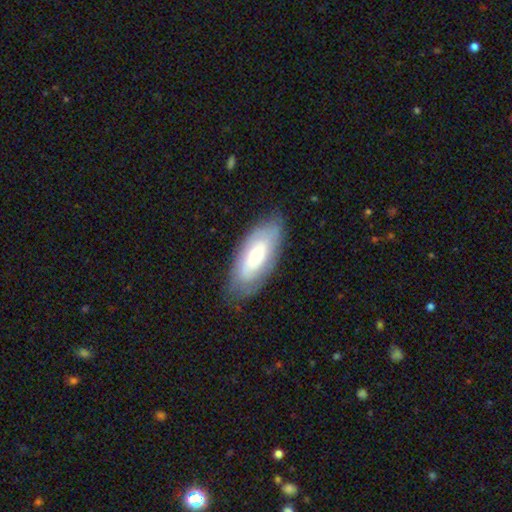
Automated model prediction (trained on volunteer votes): Smooth or featured: smooth — 50% (featured or disk — 44%)
Merging: none — 77% (minor disturbance — 17%)